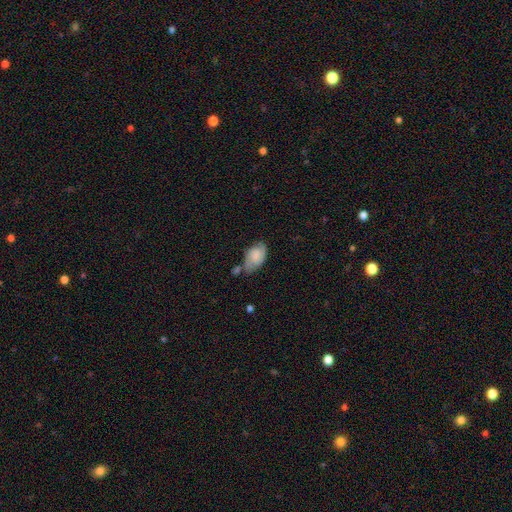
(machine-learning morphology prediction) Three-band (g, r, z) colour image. It shows a smooth galaxy with no disk features (60%) that is in between round and cigar-shaped (90%). Merging: none (47%).